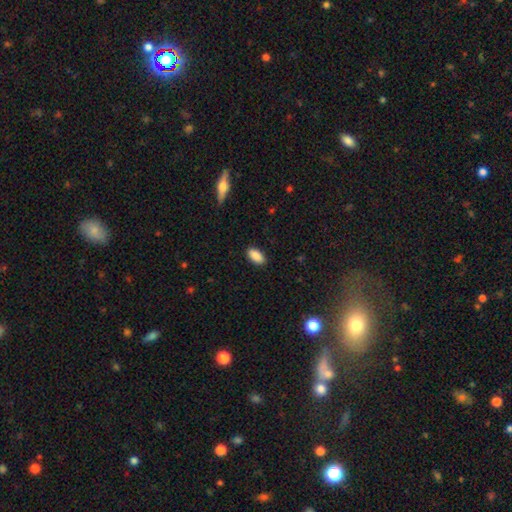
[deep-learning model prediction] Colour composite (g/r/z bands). It shows a smooth galaxy with no disk features (89%) that is in between round and cigar-shaped (93%). Merging: none (89%).